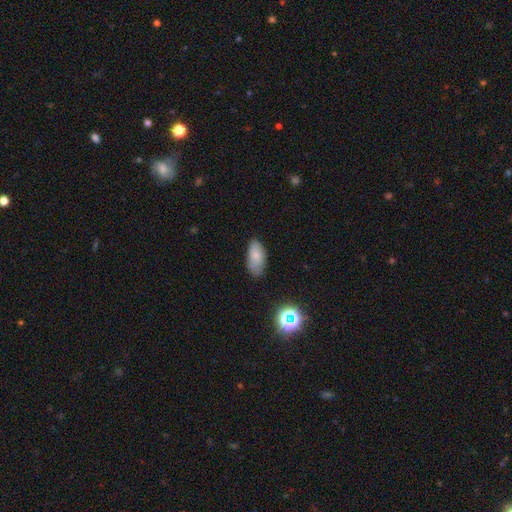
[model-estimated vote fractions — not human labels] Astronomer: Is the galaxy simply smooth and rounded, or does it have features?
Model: smooth — 80%.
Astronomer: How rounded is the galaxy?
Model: in between — 92%.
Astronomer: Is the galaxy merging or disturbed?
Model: none — 73%.